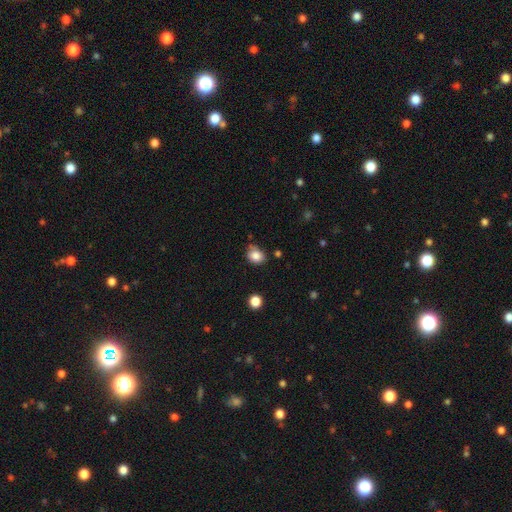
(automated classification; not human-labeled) A smooth galaxy with no disk features (83%) that is in between round and cigar-shaped (51%). Merging: none (64%).